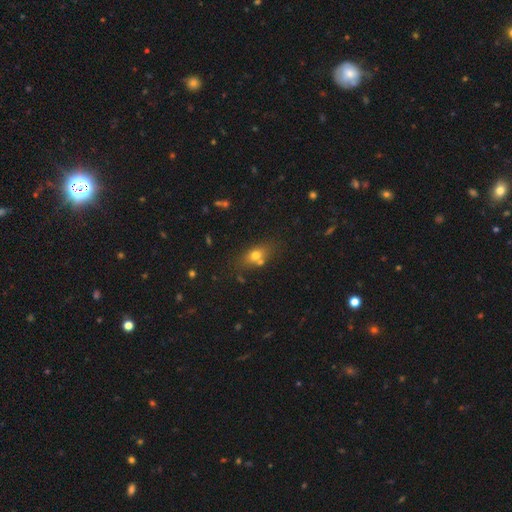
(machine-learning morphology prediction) smooth_or_featured: smooth (p=0.68) [alt: featured or disk p=0.18]
how_rounded: in between (p=0.64) [alt: round p=0.28]
merging: none (p=0.59) [alt: merger p=0.22]